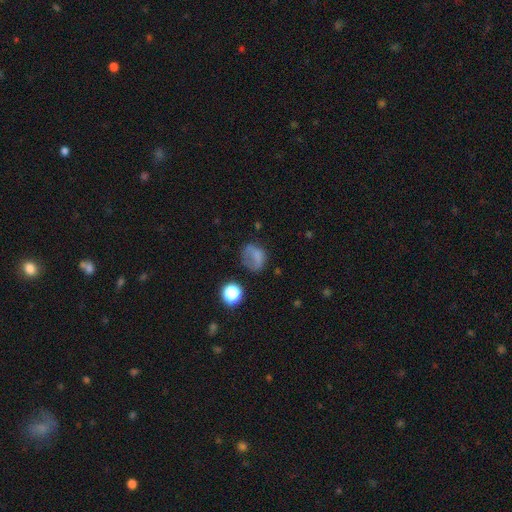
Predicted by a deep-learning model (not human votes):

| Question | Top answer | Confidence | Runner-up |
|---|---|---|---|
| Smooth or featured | smooth | 64% | featured or disk (20%) |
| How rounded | round | 53% | in between (46%) |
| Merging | none | 43% | major disturbance (28%) |